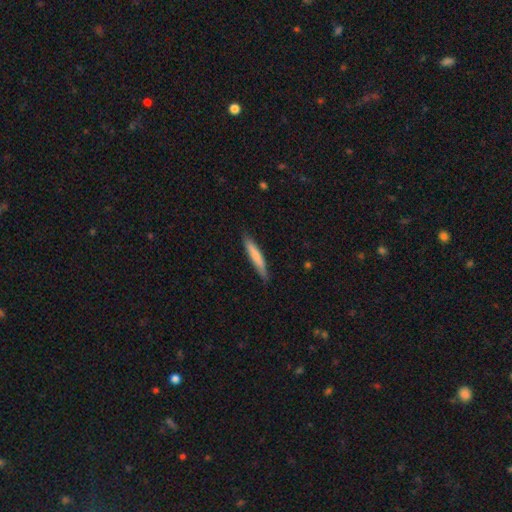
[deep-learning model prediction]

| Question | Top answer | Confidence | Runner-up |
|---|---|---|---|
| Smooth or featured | smooth | 72% | featured or disk (22%) |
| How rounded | cigar-shaped | 92% | in between (7%) |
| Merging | none | 82% | minor disturbance (15%) |